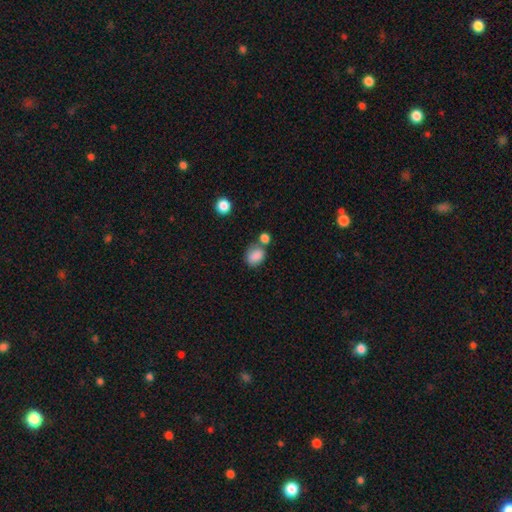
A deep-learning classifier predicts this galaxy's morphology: Smooth or featured? Predicted: smooth (p=0.85). How rounded? Predicted: in between (p=0.59). Merging? Predicted: none (p=0.49).